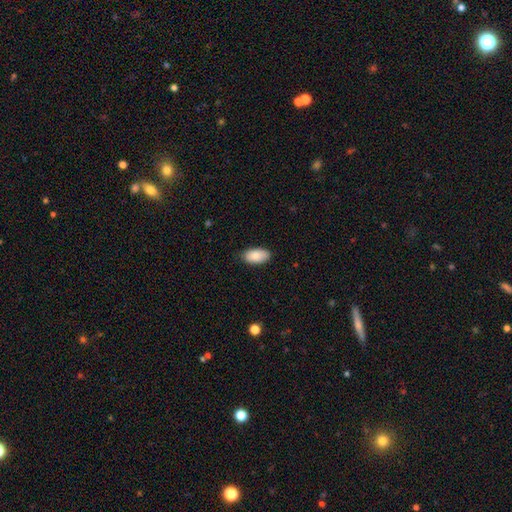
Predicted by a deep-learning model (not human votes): smooth 84%, featured or disk 10%, star or artifact 7%. Down the decision tree: how rounded — in between (95%); merging — none (84%).